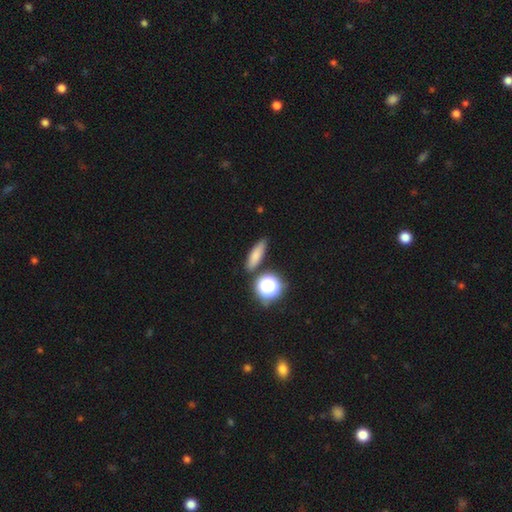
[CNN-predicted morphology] The model was most divided on "how rounded" (2-way tie): in between: 41%, cigar-shaped: 41%, round: 18%. More confident: merging — none (82%); smooth or featured — smooth (74%).